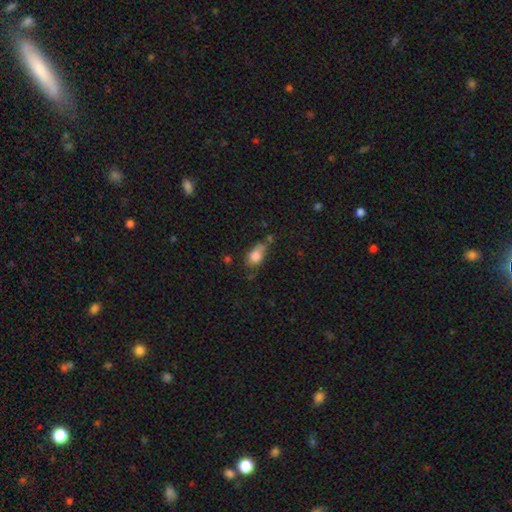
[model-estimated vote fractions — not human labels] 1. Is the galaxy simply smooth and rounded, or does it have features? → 80% smooth, 11% featured or disk, 9% star or artifact.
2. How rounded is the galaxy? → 81% in between, 14% round, 5% cigar-shaped.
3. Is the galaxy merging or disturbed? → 42% none, 34% minor disturbance, 12% major disturbance, 11% merger.